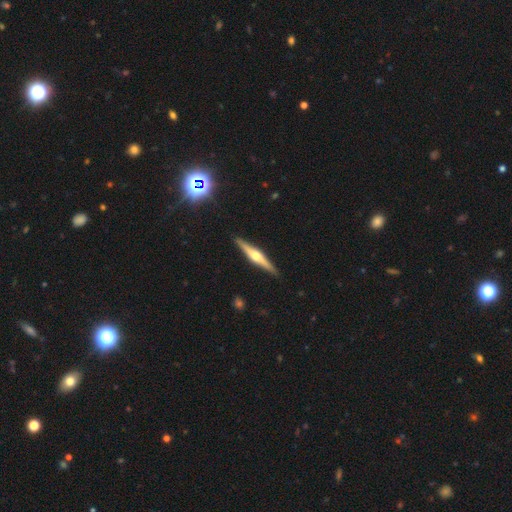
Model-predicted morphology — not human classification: This appears to be a featured or disk galaxy (75%) viewed edge-on (98%) with a rounded central bulge (93%). Merging: none (91%).